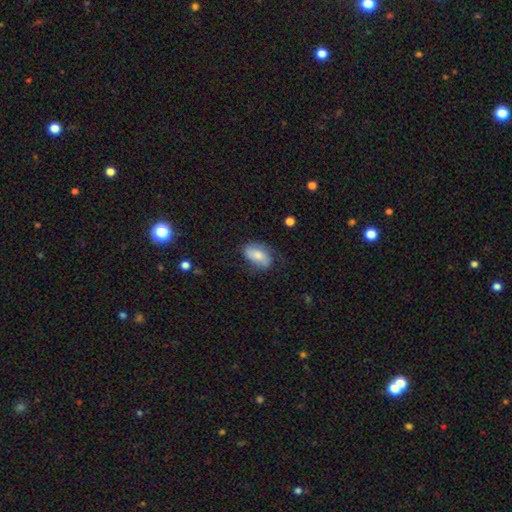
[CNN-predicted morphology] Smooth or featured: smooth — 53% (featured or disk — 38%)
How rounded: in between — 90% (round — 8%)
Merging: none — 60% (minor disturbance — 26%)